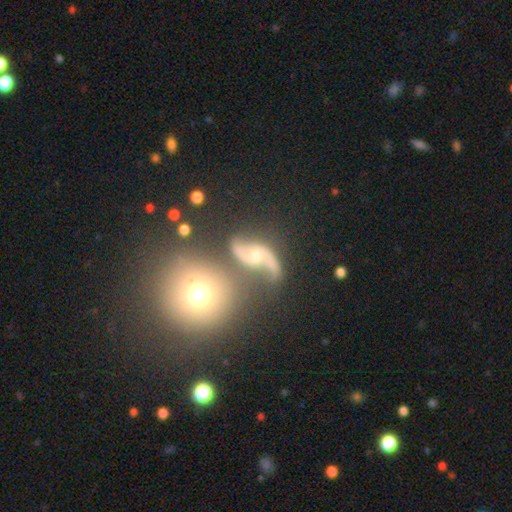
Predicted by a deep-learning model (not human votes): This appears to be a featured or disk galaxy (83%) with no bar (52%), 2 (93%) loose (73%) spiral arms (95%) and a small central bulge (49%). Merging: none (55%).